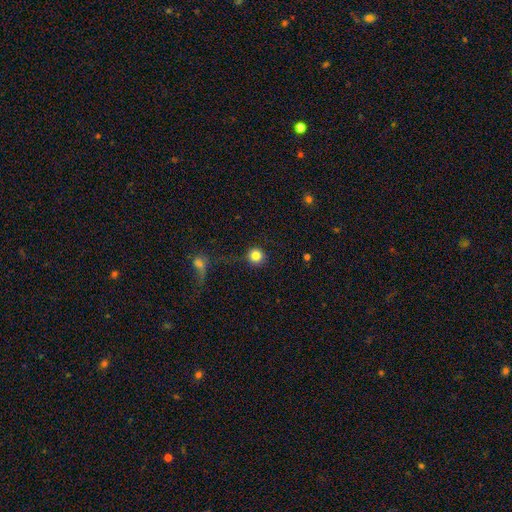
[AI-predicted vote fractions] Q: Smooth or featured?
A: smooth (84%); runner-up: star or artifact (10%)
Q: How rounded?
A: round (95%); runner-up: in between (4%)
Q: Merging?
A: none (80%); runner-up: minor disturbance (8%)